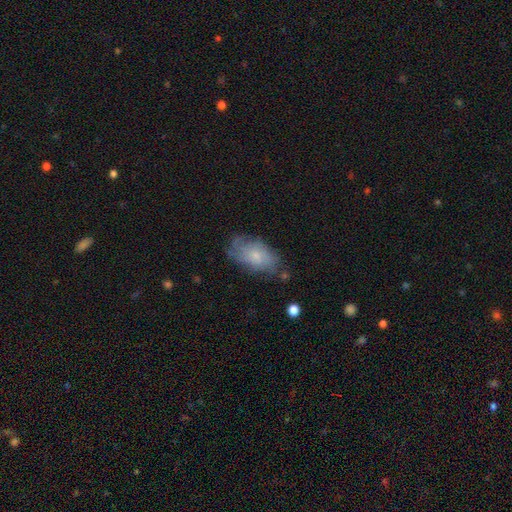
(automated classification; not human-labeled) smooth-or-featured: smooth: 55% | featured or disk: 38% | star or artifact: 8%
  how-rounded: in between: 92% | round: 5% | cigar-shaped: 3%
  merging: none: 61% | minor disturbance: 27% | major disturbance: 9% | merger: 3%